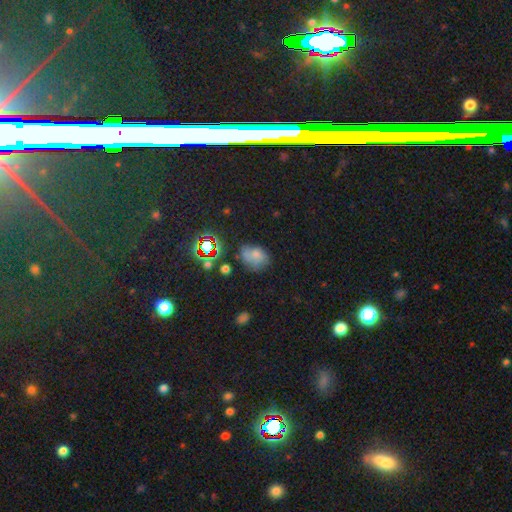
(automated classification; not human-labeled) Smooth or featured? smooth (60%)
How rounded? in between (68%)
Merging? none (50%)